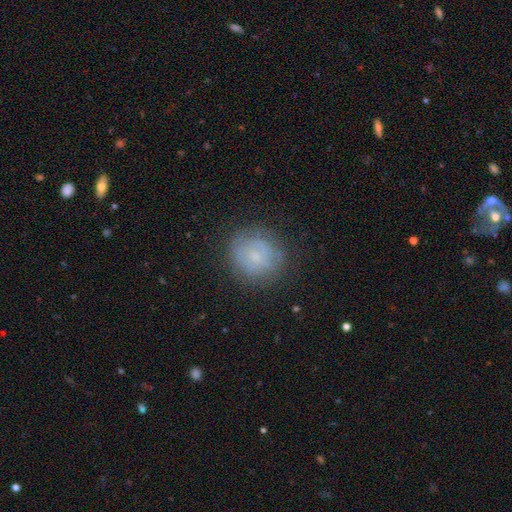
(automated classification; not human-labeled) smooth 60%, featured or disk 29%, star or artifact 10%. Down the decision tree: how rounded — round (88%); merging — none (78%).